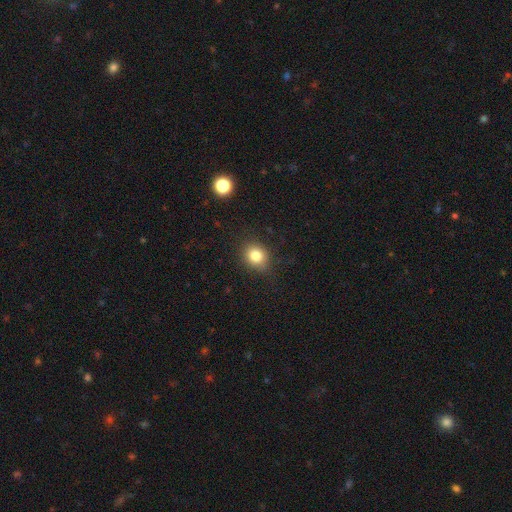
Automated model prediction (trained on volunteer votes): smooth-or-featured: smooth: 82% | star or artifact: 11% | featured or disk: 7%
  how-rounded: round: 68% | in between: 31% | cigar-shaped: 1%
  merging: none: 84% | minor disturbance: 12% | major disturbance: 3% | merger: 1%